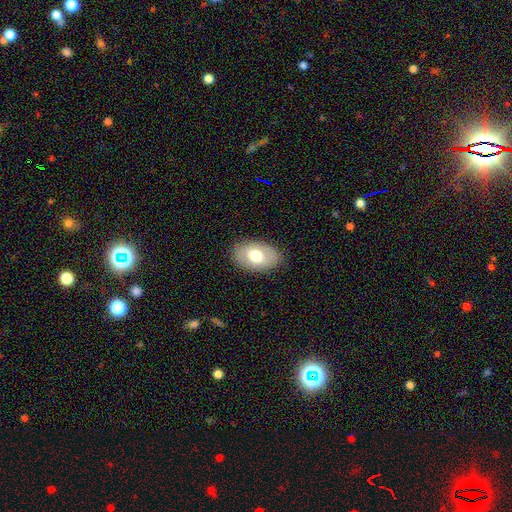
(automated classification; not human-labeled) Q: Smooth or featured?
A: smooth (64%); runner-up: featured or disk (29%)
Q: How rounded?
A: in between (88%); runner-up: round (10%)
Q: Merging?
A: none (85%); runner-up: minor disturbance (11%)